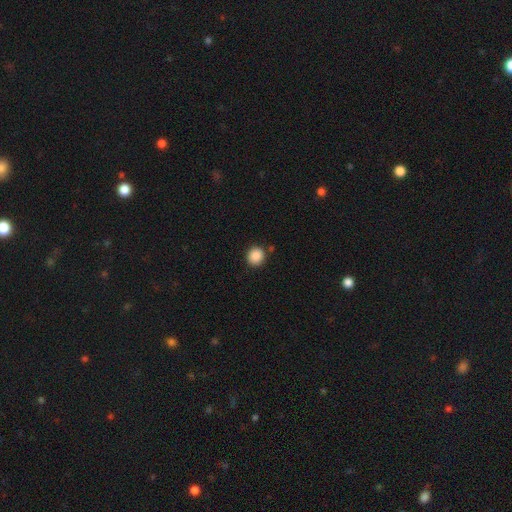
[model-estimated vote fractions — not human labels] smooth_or_featured: smooth (p=0.88) [alt: star or artifact p=0.09]
how_rounded: round (p=0.87) [alt: in between p=0.12]
merging: none (p=0.87) [alt: minor disturbance p=0.08]